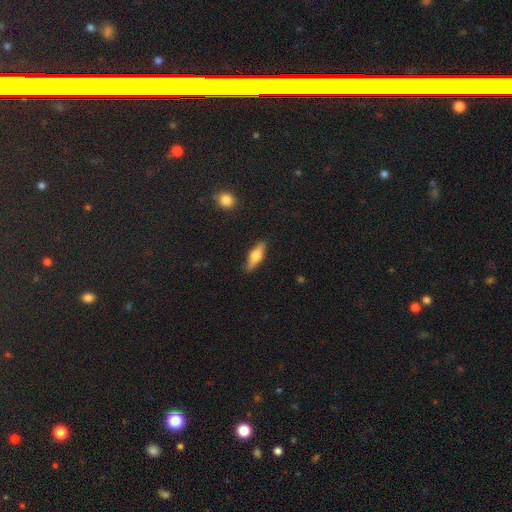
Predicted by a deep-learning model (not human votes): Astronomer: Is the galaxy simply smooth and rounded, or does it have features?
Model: smooth — 47%, tied with featured or disk at 47%.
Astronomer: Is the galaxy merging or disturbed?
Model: none — 88%.